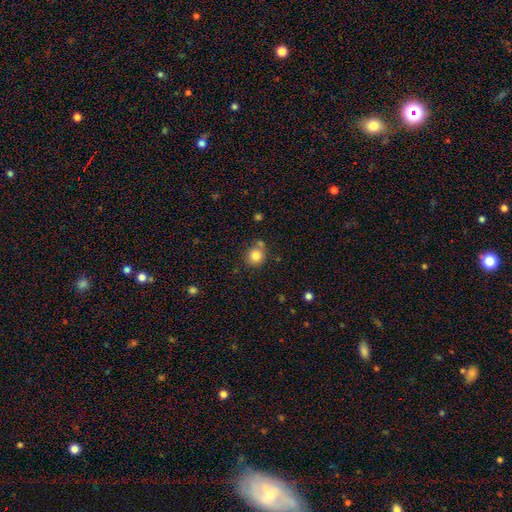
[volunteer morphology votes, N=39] type=smooth (82%); roundness=round (94%); merging=none (64%).